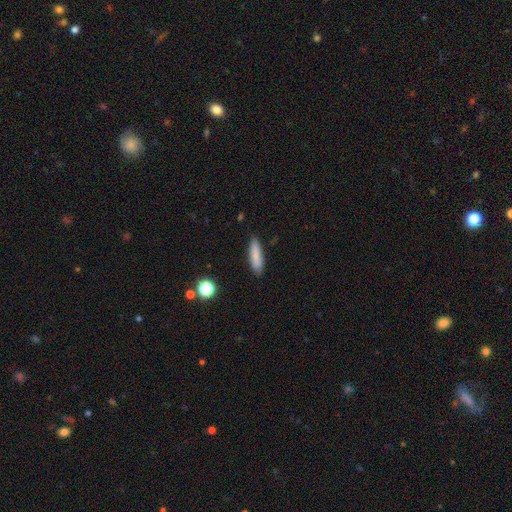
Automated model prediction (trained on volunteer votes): Smooth or featured? smooth (82%)
How rounded? cigar-shaped (66%)
Merging? none (84%)